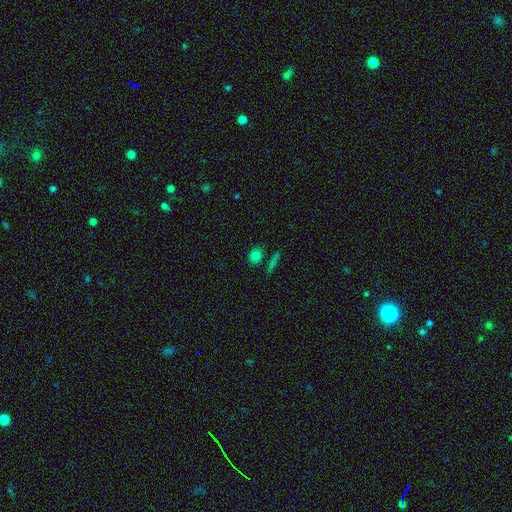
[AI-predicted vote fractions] This appears to be a smooth galaxy with no disk features (78%) that is round (67%). Merging: none (79%).